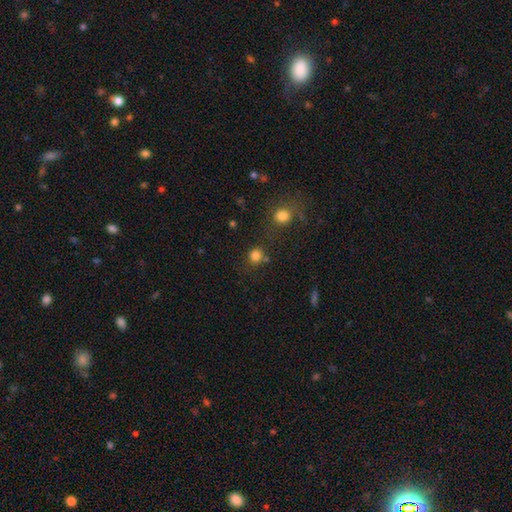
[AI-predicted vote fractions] Q: Smooth or featured?
A: smooth (80%); runner-up: star or artifact (14%)
Q: How rounded?
A: round (86%); runner-up: in between (13%)
Q: Merging?
A: none (71%); runner-up: merger (13%)